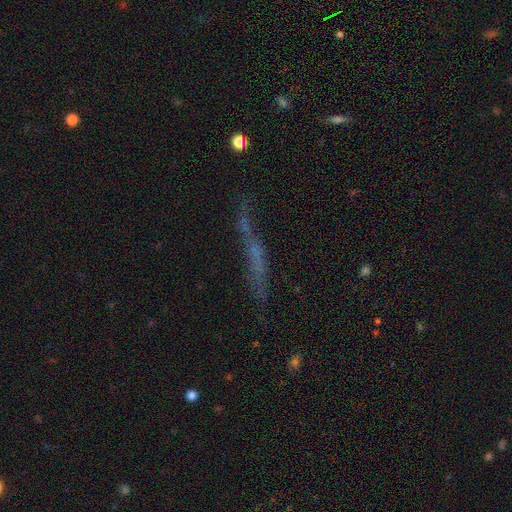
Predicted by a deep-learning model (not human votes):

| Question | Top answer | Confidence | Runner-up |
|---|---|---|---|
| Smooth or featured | featured or disk | 45% | smooth (35%) |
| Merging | none | 58% | minor disturbance (20%) |